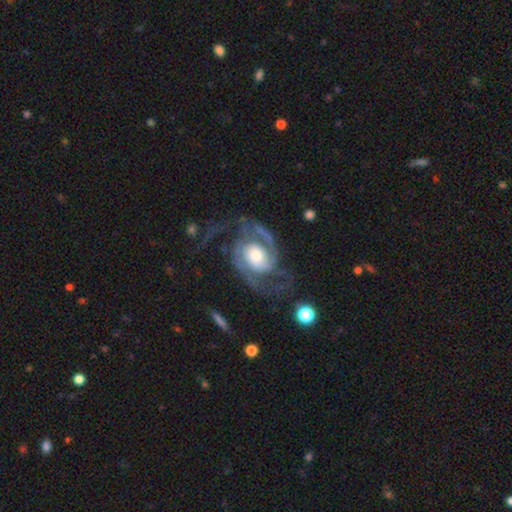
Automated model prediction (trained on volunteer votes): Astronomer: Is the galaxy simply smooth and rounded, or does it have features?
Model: featured or disk — 91%.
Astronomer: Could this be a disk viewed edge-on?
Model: no — 98%.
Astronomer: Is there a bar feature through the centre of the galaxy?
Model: no — 65%.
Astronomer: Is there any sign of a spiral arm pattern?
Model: yes — 98%.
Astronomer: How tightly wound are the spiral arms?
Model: medium — 51% (runner-up: tight, 35%).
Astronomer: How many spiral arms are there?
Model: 2 — 62%.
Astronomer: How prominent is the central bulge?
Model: moderate — 46% (runner-up: large, 36%).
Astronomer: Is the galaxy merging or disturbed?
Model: none — 58%.